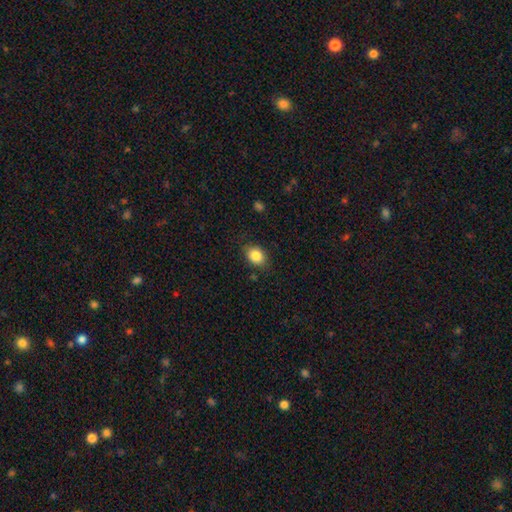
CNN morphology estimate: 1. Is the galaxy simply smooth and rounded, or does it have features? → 85% smooth, 9% star or artifact, 6% featured or disk.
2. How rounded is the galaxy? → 65% in between, 34% round, 1% cigar-shaped.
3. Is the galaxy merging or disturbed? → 82% none, 14% minor disturbance, 3% major disturbance, 1% merger.